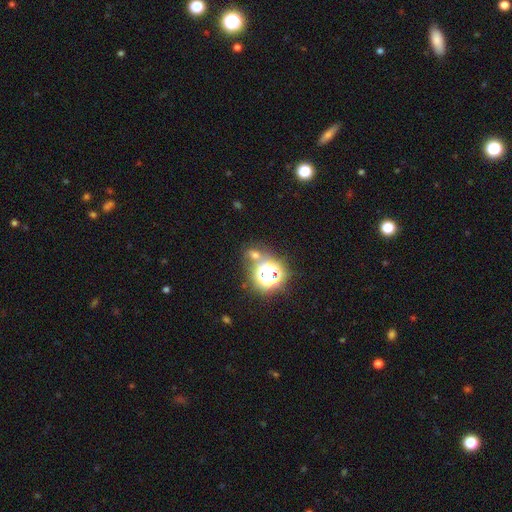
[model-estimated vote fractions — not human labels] This is possibly a star or artifact rather than a galaxy (53%).